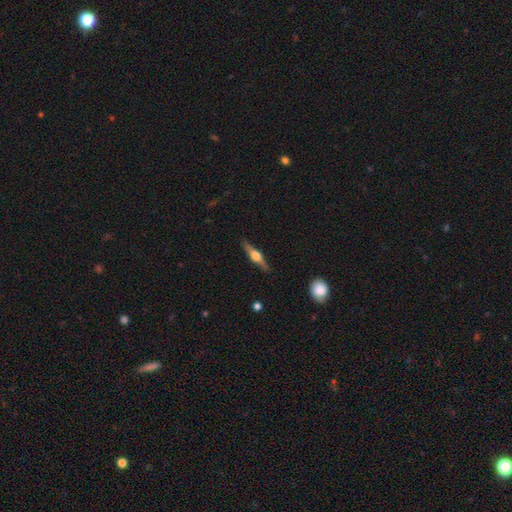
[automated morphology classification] Smooth or featured? featured or disk (75%)
Edge-on disk? yes (97%)
Edge-on bulge? rounded (92%)
Merging? none (88%)